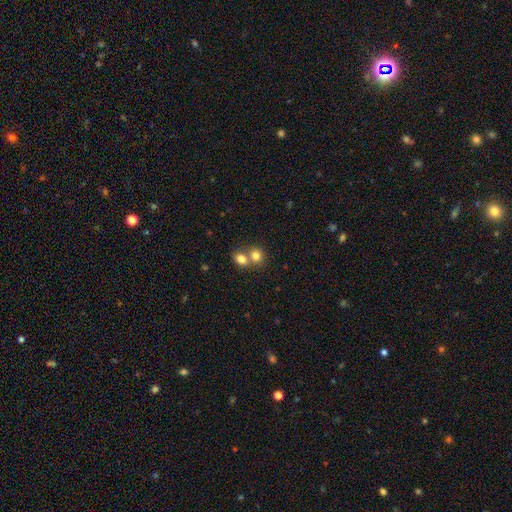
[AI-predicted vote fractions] smooth 79%, star or artifact 11%, featured or disk 10%. Down the decision tree: how rounded — round (69%); merging — merger (59%).